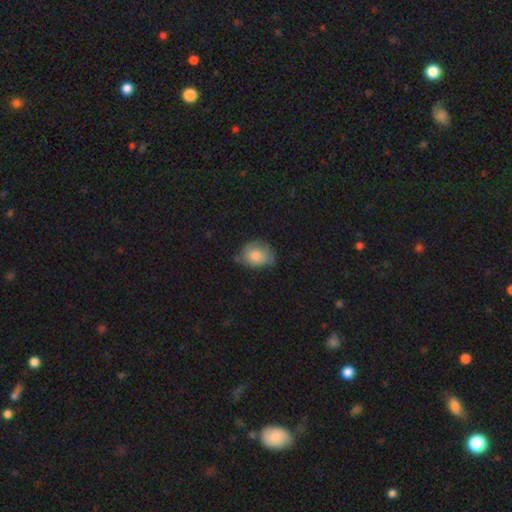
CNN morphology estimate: A smooth galaxy with no disk features (77%) that is in between round and cigar-shaped (50%).

Vote fractions:
- Smooth or featured? smooth: 77% / featured or disk: 15% / star or artifact: 7%
- How rounded? in between: 50% / round: 49% / cigar-shaped: 1%
- Merging? none: 51% / minor disturbance: 37% / major disturbance: 9% / merger: 3%